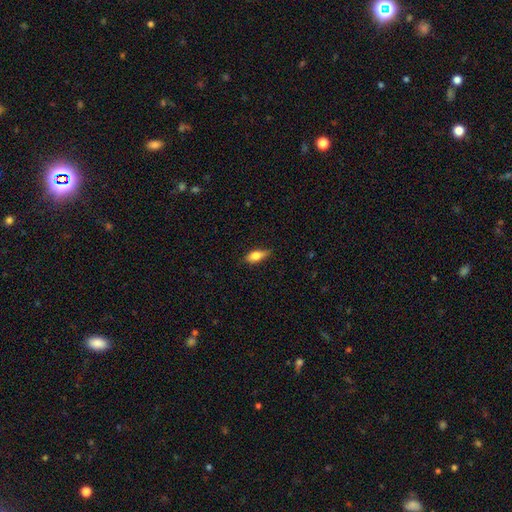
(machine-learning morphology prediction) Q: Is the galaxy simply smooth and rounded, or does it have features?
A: smooth — 71%.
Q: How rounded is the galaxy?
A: in between — 74%.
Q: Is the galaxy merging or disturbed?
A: none — 70%.